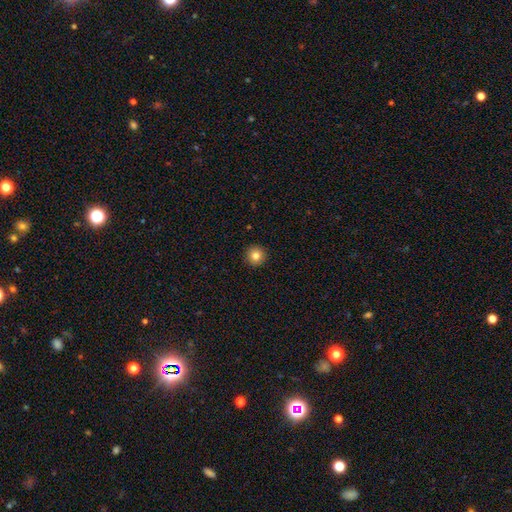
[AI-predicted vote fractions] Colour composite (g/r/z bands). It shows a smooth galaxy with no disk features (83%) that is round (96%). Merging: none (94%).